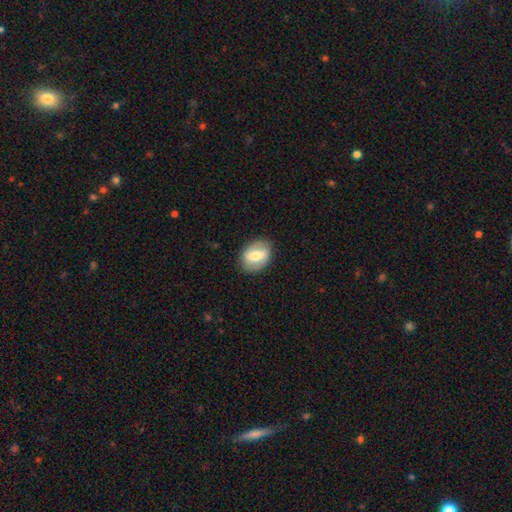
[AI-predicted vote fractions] Q: Smooth or featured?
A: smooth (54%); runner-up: featured or disk (39%)
Q: How rounded?
A: in between (70%); runner-up: round (28%)
Q: Merging?
A: none (84%); runner-up: minor disturbance (11%)